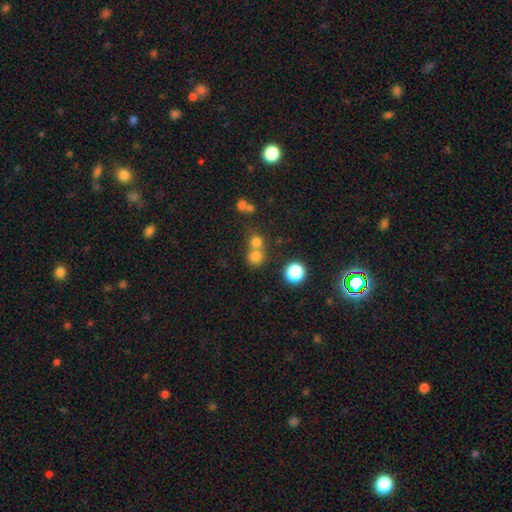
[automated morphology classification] Smooth or featured? Predicted: smooth (p=0.75). How rounded? Predicted: round (p=0.89). Merging? Predicted: none (p=0.53).